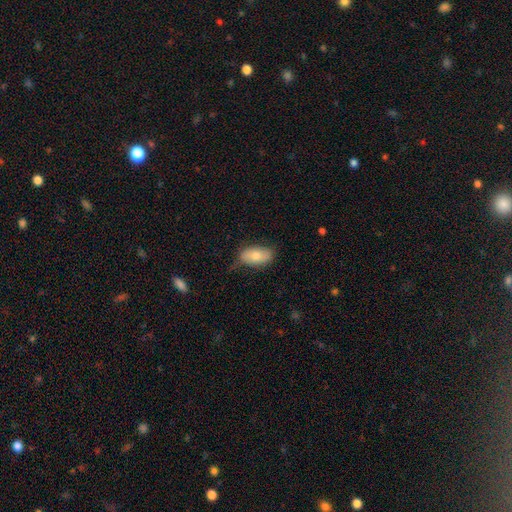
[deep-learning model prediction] A smooth galaxy with no disk features (74%) that is in between round and cigar-shaped (93%).

Vote fractions:
- Smooth or featured? smooth: 74% / featured or disk: 19% / star or artifact: 6%
- How rounded? in between: 93% / round: 4% / cigar-shaped: 3%
- Merging? none: 68% / minor disturbance: 25% / major disturbance: 5% / merger: 2%